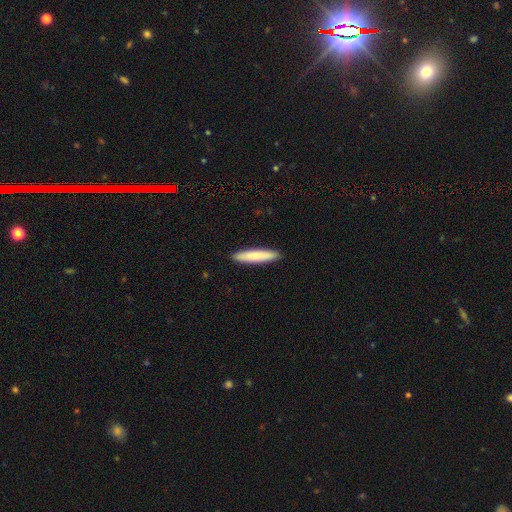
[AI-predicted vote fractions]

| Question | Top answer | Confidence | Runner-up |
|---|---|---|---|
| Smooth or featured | smooth | 82% | featured or disk (12%) |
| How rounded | cigar-shaped | 90% | in between (9%) |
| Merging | none | 92% | minor disturbance (6%) |